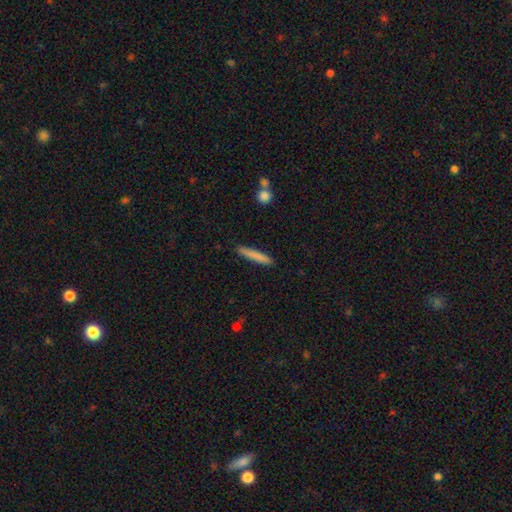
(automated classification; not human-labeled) Smooth or featured?
  - smooth: 80% *
  - featured or disk: 14%
  - star or artifact: 6%
How rounded?
  - cigar-shaped: 94% *
  - in between: 4%
  - round: 1%
Merging?
  - none: 90% *
  - minor disturbance: 7%
  - major disturbance: 2%
  - merger: 2%